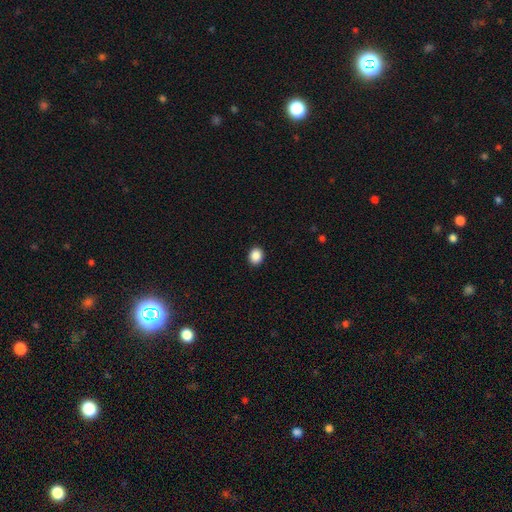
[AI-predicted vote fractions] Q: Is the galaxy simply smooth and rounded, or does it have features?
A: smooth — 88%.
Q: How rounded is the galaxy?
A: round — 60%.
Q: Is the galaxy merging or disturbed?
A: none — 92%.